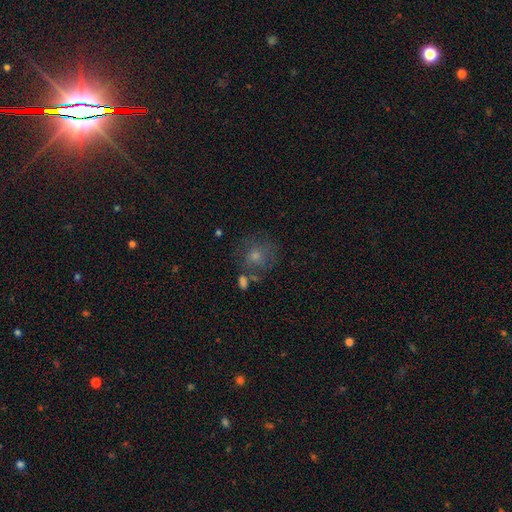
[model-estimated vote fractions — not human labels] The model was most divided on "smooth or featured": smooth: 47%, featured or disk: 32%, star or artifact: 21%. More confident: merging — none (63%).